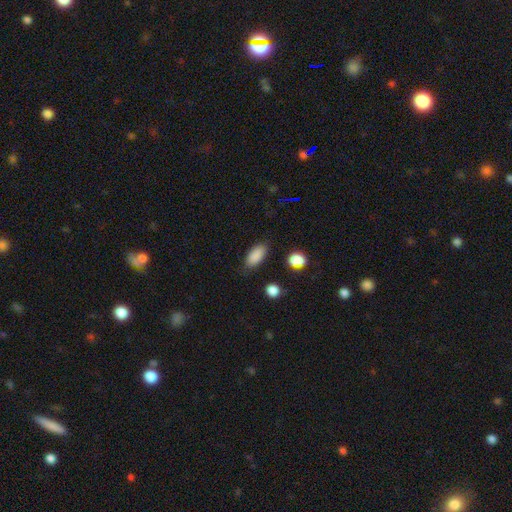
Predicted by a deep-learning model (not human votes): smooth 88%, star or artifact 8%, featured or disk 4%. Down the decision tree: how rounded — in between (87%); merging — none (83%).